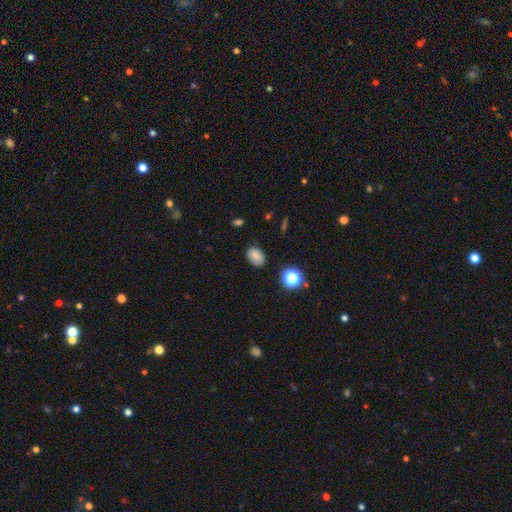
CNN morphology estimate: Overall: smooth (83%). How rounded: in between (75%). Merging: none (84%).